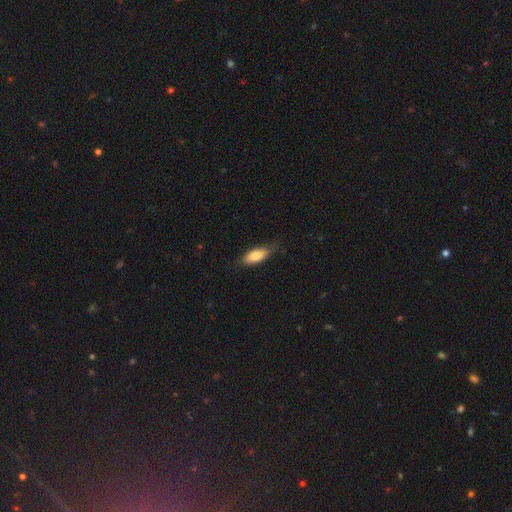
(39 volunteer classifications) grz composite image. It shows a smooth galaxy with no disk features (92%) that is in between round and cigar-shaped (86%). Merging: none (81%).